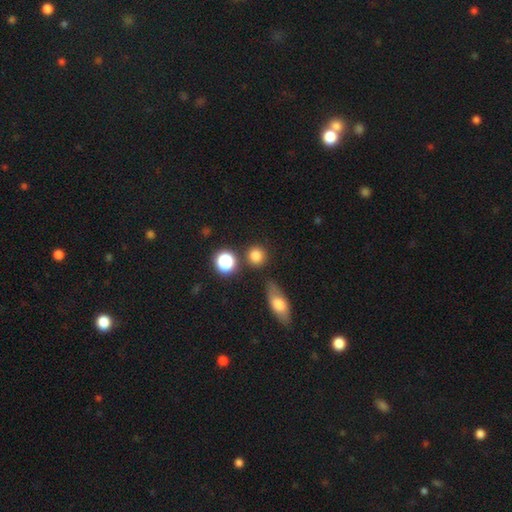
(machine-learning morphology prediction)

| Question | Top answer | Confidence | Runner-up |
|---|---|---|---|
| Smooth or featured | smooth | 80% | star or artifact (13%) |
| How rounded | round | 90% | in between (8%) |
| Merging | none | 81% | minor disturbance (9%) |